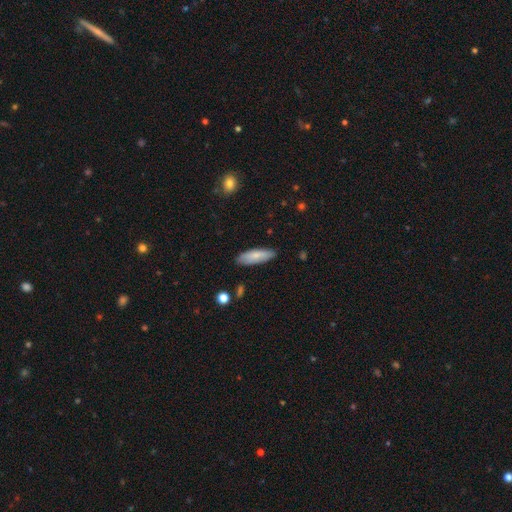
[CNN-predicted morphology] Smooth or featured? smooth (75%)
How rounded? in between (54%)
Merging? none (84%)